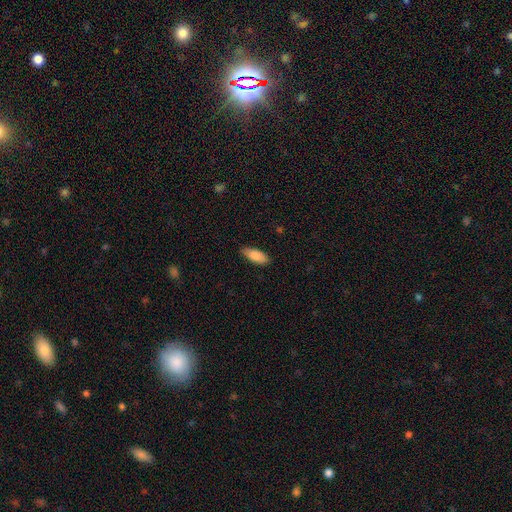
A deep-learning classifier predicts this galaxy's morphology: A smooth galaxy with no disk features (85%) that is in between round and cigar-shaped (78%).

Vote fractions:
- Smooth or featured? smooth: 85% / featured or disk: 10% / star or artifact: 6%
- How rounded? in between: 78% / cigar-shaped: 20% / round: 2%
- Merging? none: 84% / minor disturbance: 13% / major disturbance: 2% / merger: 1%